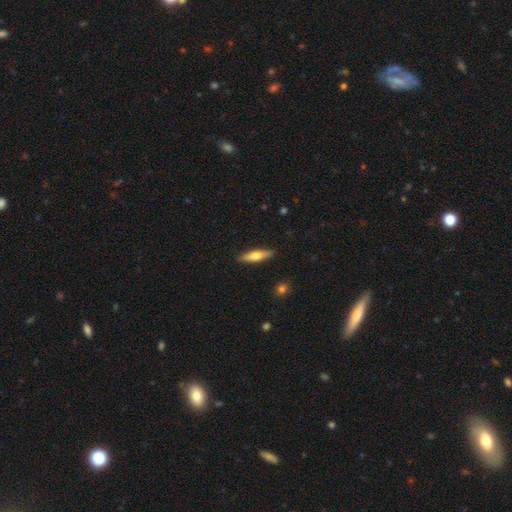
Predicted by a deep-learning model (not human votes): The model was most divided on "smooth or featured": smooth: 58%, featured or disk: 36%, star or artifact: 6%. More confident: merging — none (90%); how rounded — cigar-shaped (74%).